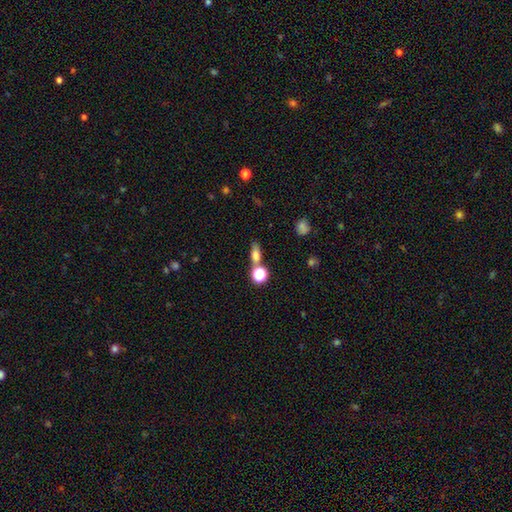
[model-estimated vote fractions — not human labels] Smooth or featured? Predicted: smooth (p=0.67). How rounded? Predicted: in between (p=0.52). Merging? Predicted: none (p=0.61).